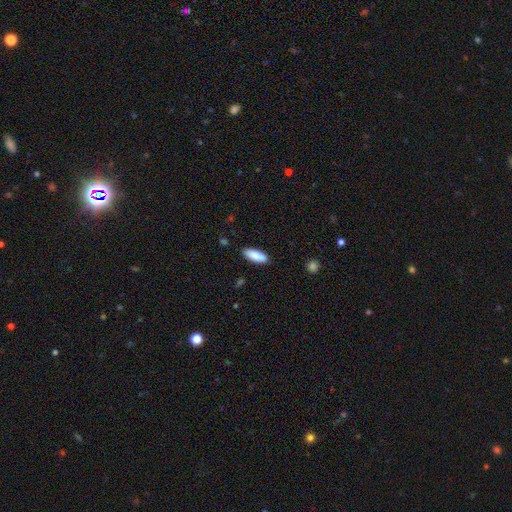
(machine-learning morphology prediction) type=smooth (88%); roundness=in between (71%); merging=none (87%).